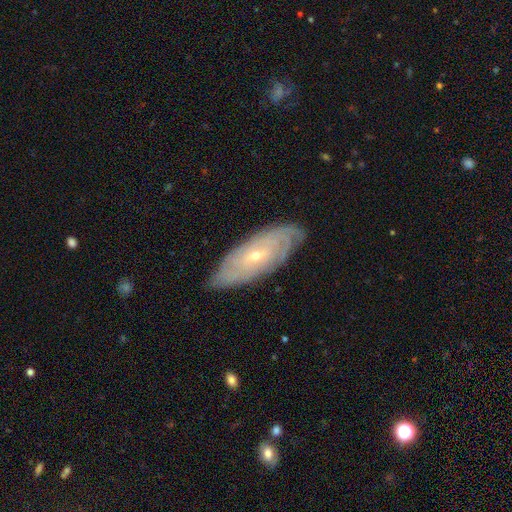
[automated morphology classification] smooth-or-featured: featured or disk: 79% | smooth: 15% | star or artifact: 6%
  disk-edge-on: no: 86% | yes: 14%
    bar: no: 62% | weak: 30% | strong: 8%
    has-spiral-arms: yes: 91% | no: 9%
      spiral-winding: tight: 79% | medium: 17% | loose: 5%
      spiral-arm-count: can't tell: 54% | 2: 14% | 4: 11% | 3: 10% | more than 4: 6% | 1: 5%
    bulge-size: small: 72% | moderate: 25% | large: 1% | none: 1% | dominant: 1%
  merging: none: 81% | minor disturbance: 15% | major disturbance: 3% | merger: 1%